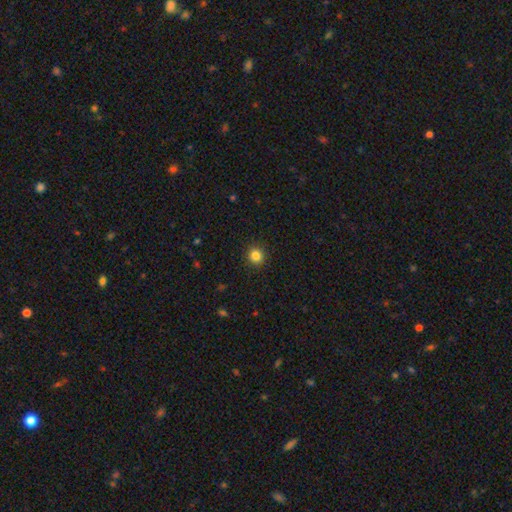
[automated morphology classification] The model was most divided on "smooth or featured": smooth: 84%, star or artifact: 12%, featured or disk: 4%. More confident: merging — none (91%); how rounded — round (89%).